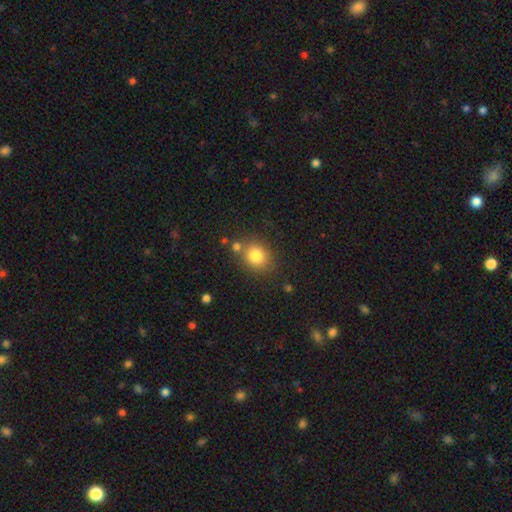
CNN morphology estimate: smooth-or-featured: smooth: 81% | star or artifact: 11% | featured or disk: 8%
  how-rounded: round: 70% | in between: 29% | cigar-shaped: 1%
  merging: none: 73% | minor disturbance: 12% | merger: 11% | major disturbance: 4%